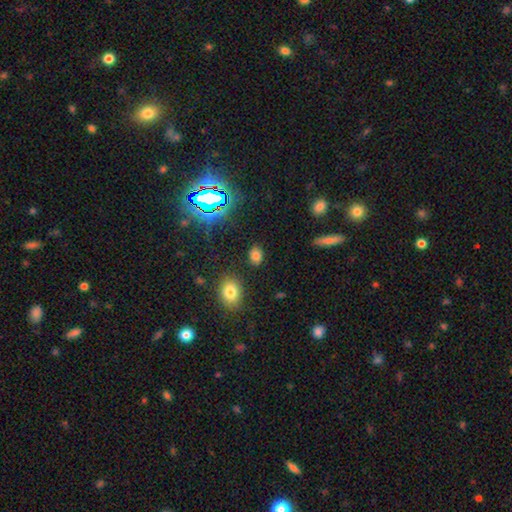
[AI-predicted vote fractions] A smooth galaxy with no disk features (71%) that is in between round and cigar-shaped (69%). Merging: none (85%).